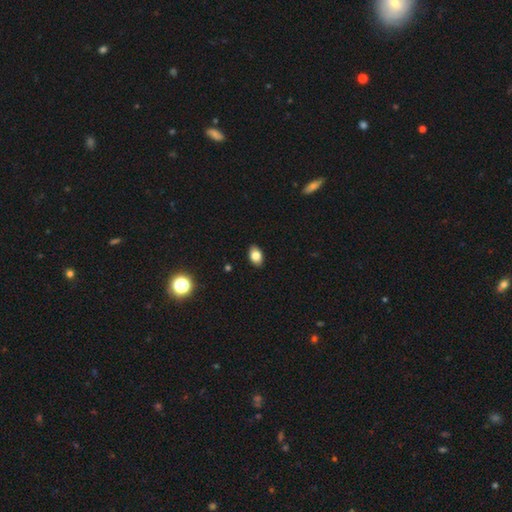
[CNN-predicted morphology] smooth-or-featured: smooth: 82% | star or artifact: 9% | featured or disk: 9%
  how-rounded: in between: 87% | round: 12% | cigar-shaped: 1%
  merging: none: 89% | minor disturbance: 8% | major disturbance: 2% | merger: 1%